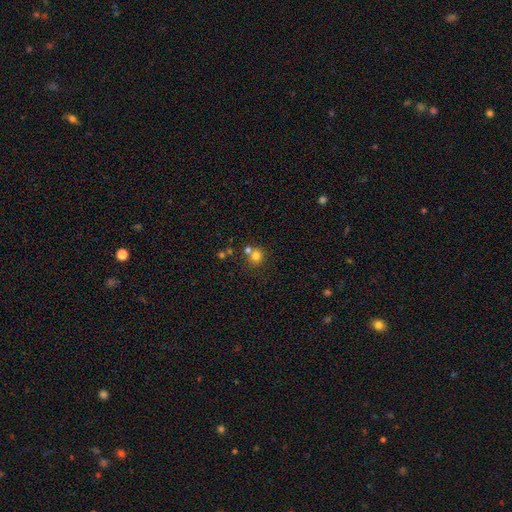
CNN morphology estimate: smooth-or-featured: smooth: 75% | star or artifact: 15% | featured or disk: 10%
  how-rounded: round: 84% | in between: 15% | cigar-shaped: 1%
  merging: none: 53% | merger: 36% | minor disturbance: 7% | major disturbance: 3%